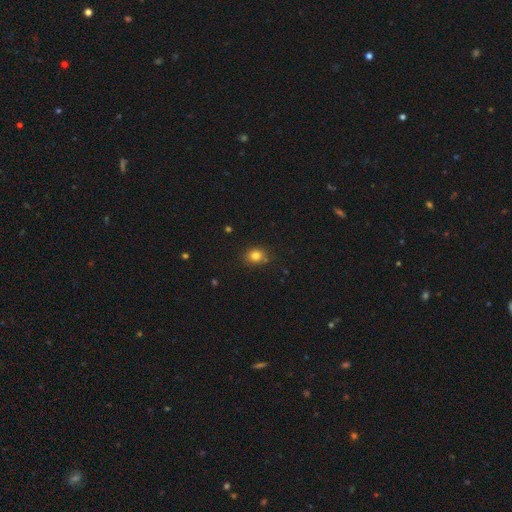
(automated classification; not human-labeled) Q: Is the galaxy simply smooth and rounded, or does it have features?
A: smooth — 81%.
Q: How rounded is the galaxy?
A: round — 63%.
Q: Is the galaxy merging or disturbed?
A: none — 80%.